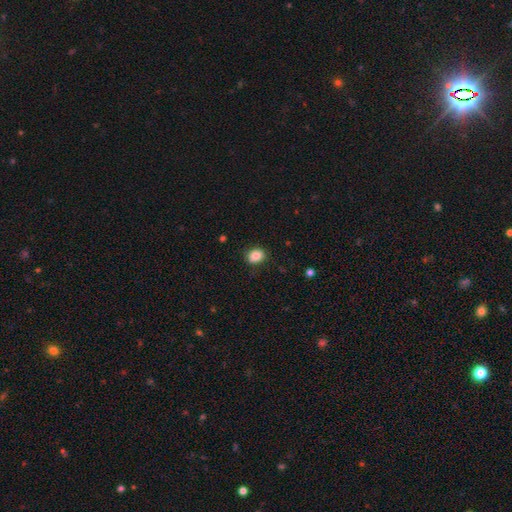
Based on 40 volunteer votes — Volunteers were most divided on "how rounded": round: 65%, in between: 35%, cigar-shaped: 0%. More confident: merging — none (95%); smooth or featured — smooth (85%).